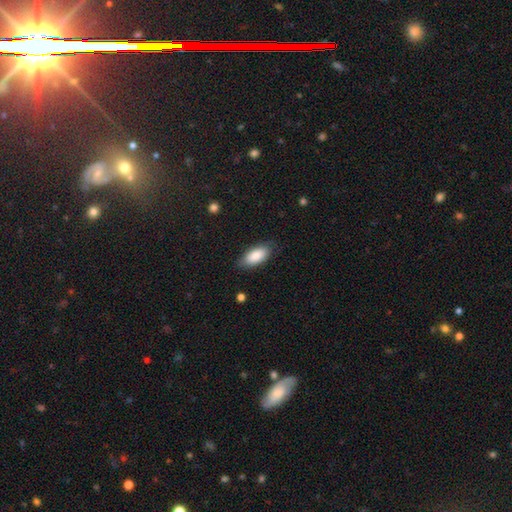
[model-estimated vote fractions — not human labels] smooth-or-featured: smooth: 85% | featured or disk: 9% | star or artifact: 6%
  how-rounded: in between: 89% | cigar-shaped: 9% | round: 2%
  merging: none: 80% | minor disturbance: 16% | major disturbance: 3% | merger: 1%